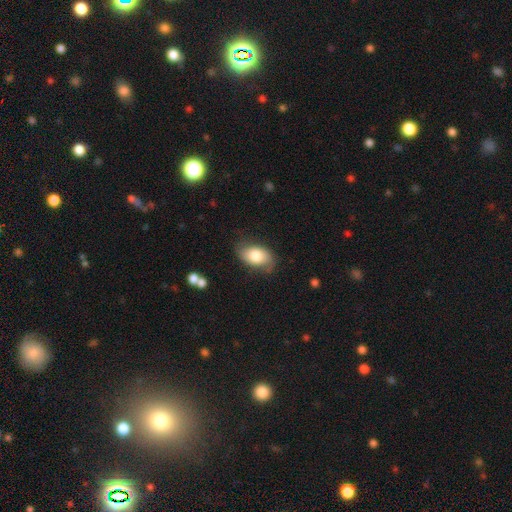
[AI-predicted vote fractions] Smooth or featured: smooth — 75% (featured or disk — 19%)
How rounded: in between — 90% (round — 8%)
Merging: none — 71% (minor disturbance — 22%)